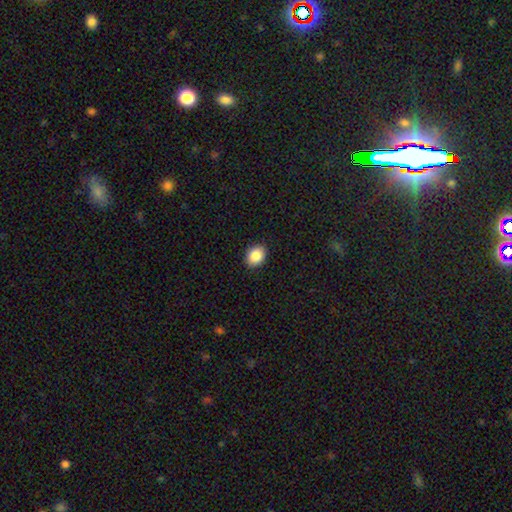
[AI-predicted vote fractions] smooth 87%, star or artifact 8%, featured or disk 5%. Down the decision tree: how rounded — in between (55%); merging — none (90%).